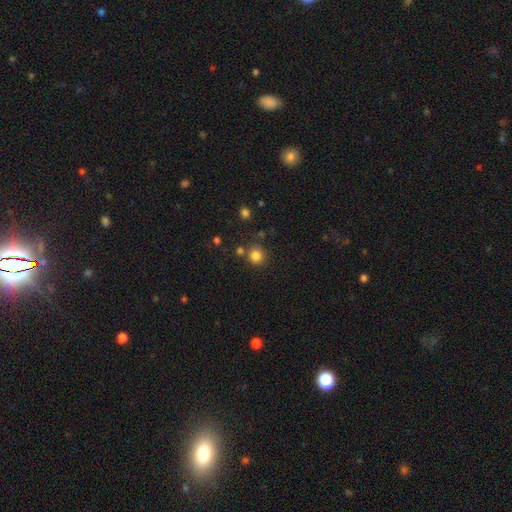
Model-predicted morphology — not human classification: Smooth or featured? smooth (83%)
How rounded? round (90%)
Merging? none (78%)